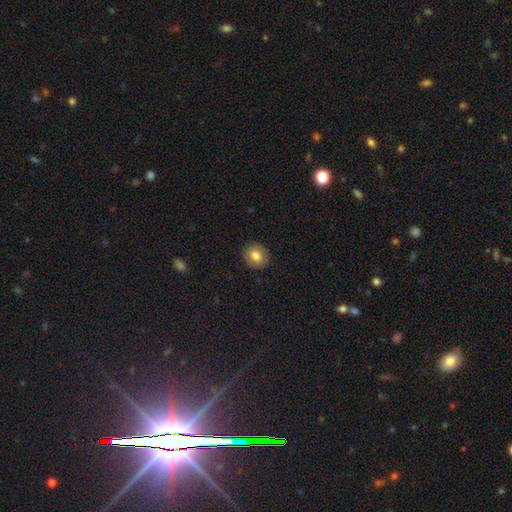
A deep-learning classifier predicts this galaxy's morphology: smooth-or-featured: smooth: 81% | featured or disk: 10% | star or artifact: 9%
  how-rounded: round: 80% | in between: 19% | cigar-shaped: 1%
  merging: none: 91% | minor disturbance: 6% | major disturbance: 2% | merger: 1%